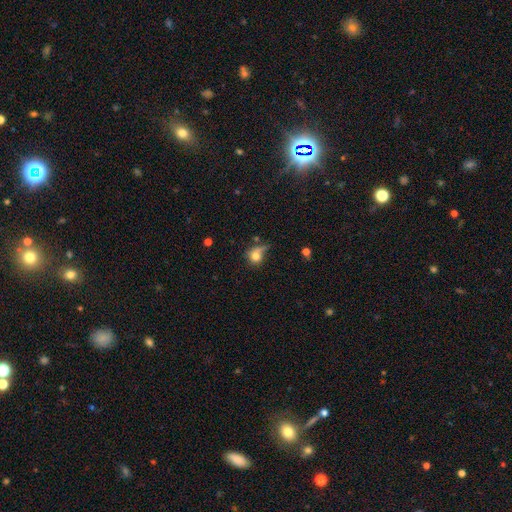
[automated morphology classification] Q: Smooth or featured?
A: smooth (74%); runner-up: featured or disk (14%)
Q: How rounded?
A: round (76%); runner-up: in between (22%)
Q: Merging?
A: none (40%); runner-up: minor disturbance (25%)